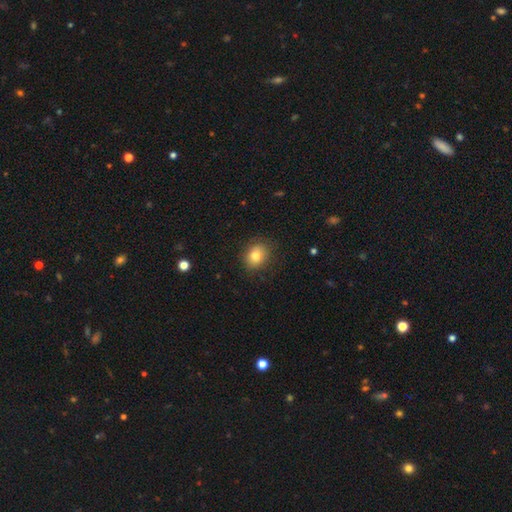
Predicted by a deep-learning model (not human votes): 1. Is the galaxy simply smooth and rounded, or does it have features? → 81% smooth, 10% star or artifact, 9% featured or disk.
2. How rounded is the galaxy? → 62% round, 37% in between, 1% cigar-shaped.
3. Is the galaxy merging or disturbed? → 84% none, 12% minor disturbance, 3% major disturbance, 1% merger.